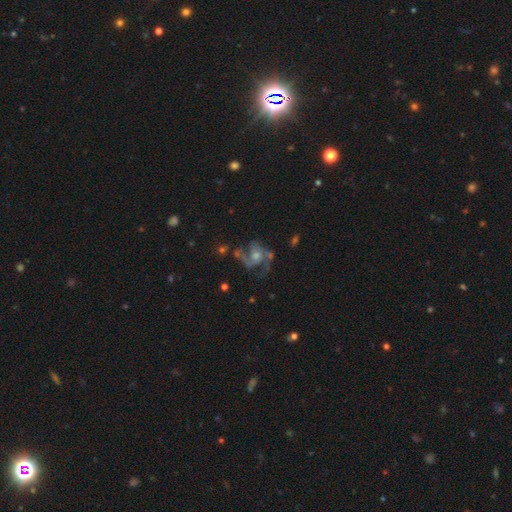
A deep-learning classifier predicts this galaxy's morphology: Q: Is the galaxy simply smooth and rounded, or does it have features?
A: featured or disk — 80%.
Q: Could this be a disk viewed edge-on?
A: no — 98%.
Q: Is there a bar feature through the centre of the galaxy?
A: no — 67%.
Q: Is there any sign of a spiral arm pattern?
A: yes — 92%.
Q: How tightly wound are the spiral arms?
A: medium — 54%.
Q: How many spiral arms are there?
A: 2 — 39%.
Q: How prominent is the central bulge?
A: moderate — 51%.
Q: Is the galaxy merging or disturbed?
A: none — 52%.